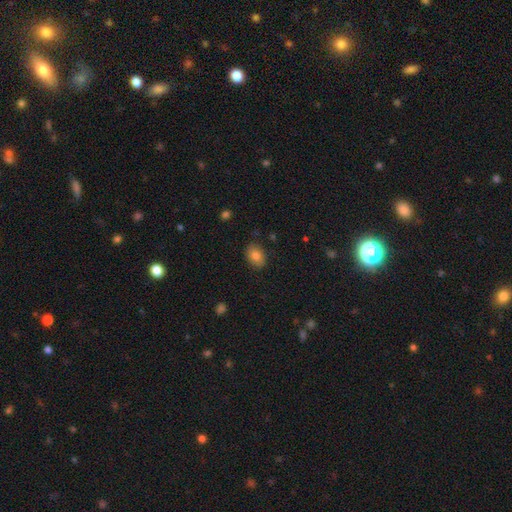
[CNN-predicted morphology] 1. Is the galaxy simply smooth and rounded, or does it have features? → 82% smooth, 9% featured or disk, 8% star or artifact.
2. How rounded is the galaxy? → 76% in between, 23% round, 1% cigar-shaped.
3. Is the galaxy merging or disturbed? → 86% none, 11% minor disturbance, 2% major disturbance, 1% merger.